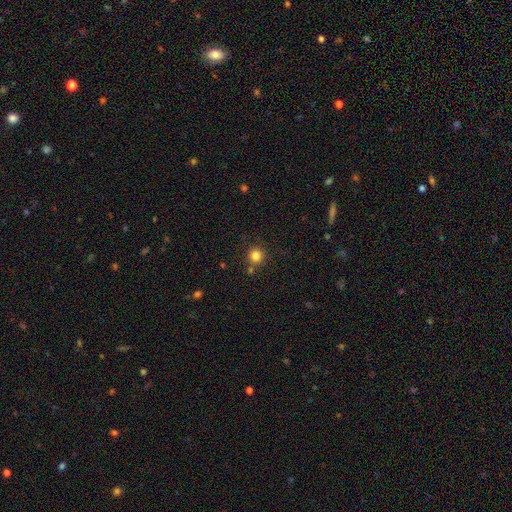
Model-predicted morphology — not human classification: This appears to be a smooth galaxy with no disk features (83%) that is round (93%). Merging: none (80%).